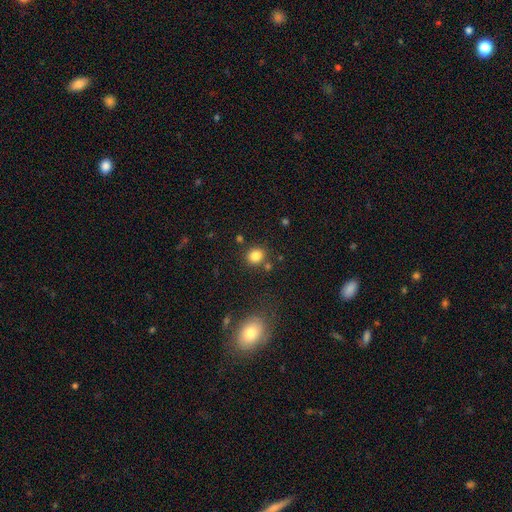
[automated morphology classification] type=smooth (83%); roundness=round (74%); merging=none (80%).